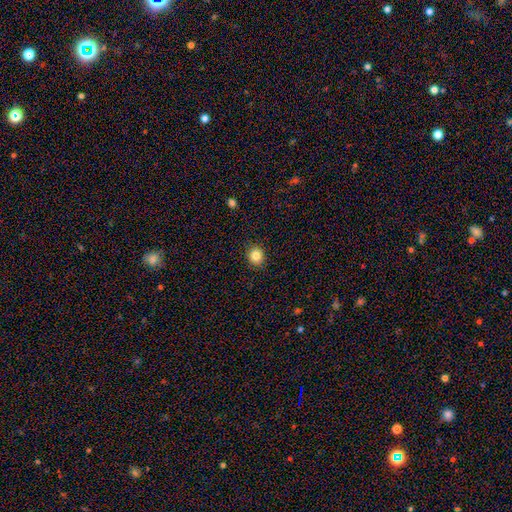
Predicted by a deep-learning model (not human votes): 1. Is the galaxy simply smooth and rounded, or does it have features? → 83% smooth, 11% star or artifact, 7% featured or disk.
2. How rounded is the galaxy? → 80% round, 19% in between, 1% cigar-shaped.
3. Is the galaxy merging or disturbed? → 91% none, 6% minor disturbance, 2% major disturbance, 1% merger.